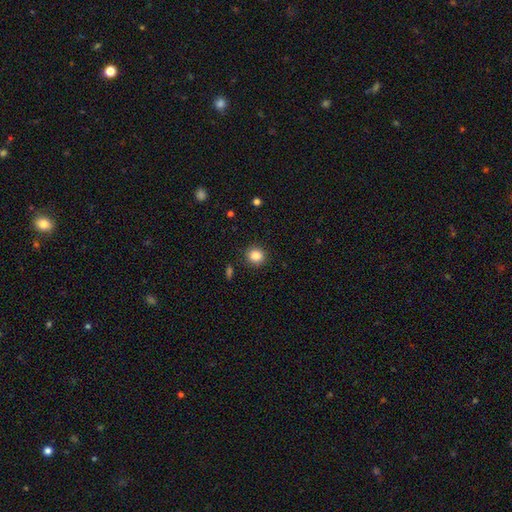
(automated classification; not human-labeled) smooth 84%, star or artifact 10%, featured or disk 5%. Down the decision tree: how rounded — round (88%); merging — none (90%).